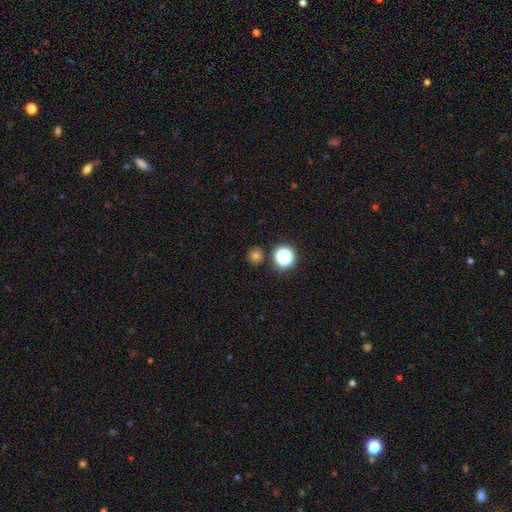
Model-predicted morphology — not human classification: smooth 66%, star or artifact 28%, featured or disk 6%. Down the decision tree: how rounded — round (89%); merging — none (85%).